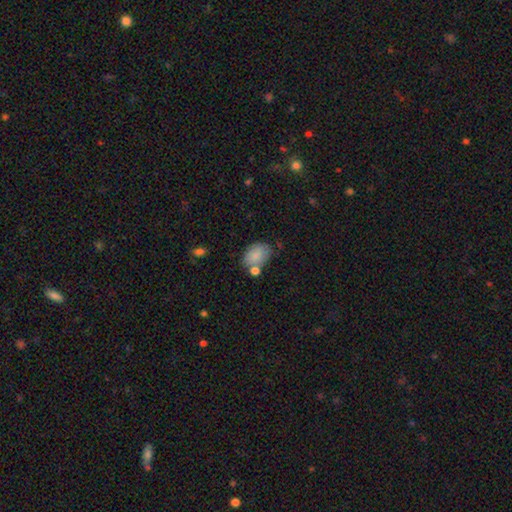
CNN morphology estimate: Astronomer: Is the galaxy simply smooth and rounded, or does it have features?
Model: smooth — 84%.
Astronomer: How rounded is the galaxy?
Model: in between — 84%.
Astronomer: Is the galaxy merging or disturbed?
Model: none — 58%.